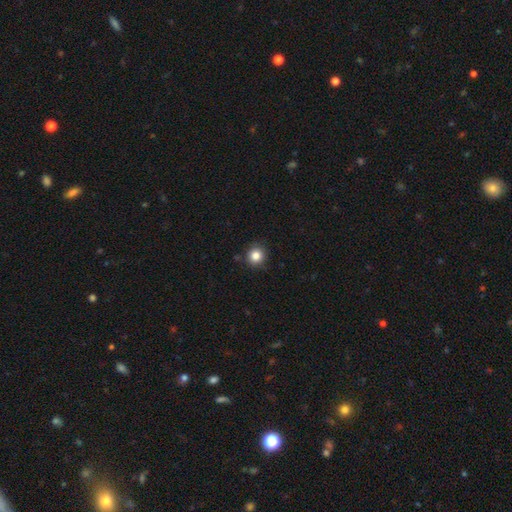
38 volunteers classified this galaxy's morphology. Smooth or featured?
  - smooth: 84% *
  - featured or disk: 11%
  - star or artifact: 5%
How rounded?
  - round: 97% *
  - in between: 3%
  - cigar-shaped: 0%
Merging?
  - none: 97% *
  - minor disturbance: 3%
  - major disturbance: 0%
  - merger: 0%